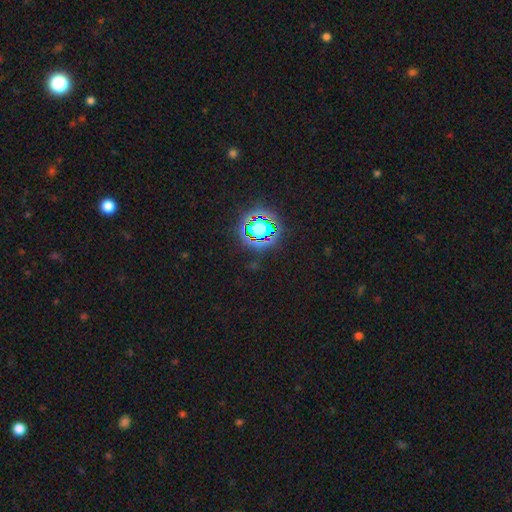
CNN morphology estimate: Smooth or featured? star or artifact (81%)